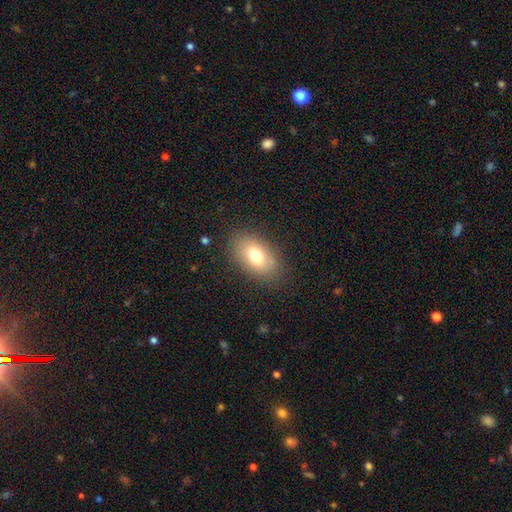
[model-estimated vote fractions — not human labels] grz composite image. It shows a smooth galaxy with no disk features (75%) that is in between round and cigar-shaped (89%). Merging: none (83%).